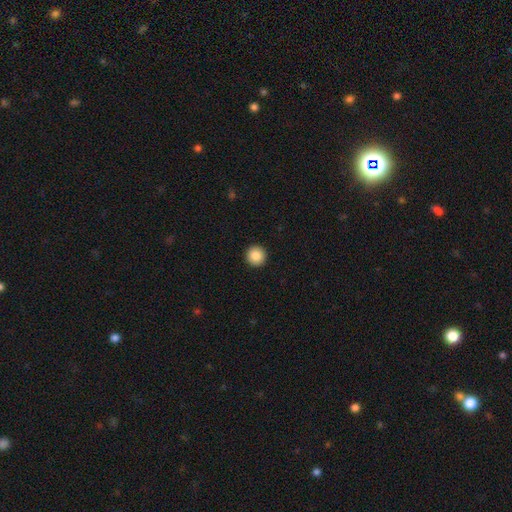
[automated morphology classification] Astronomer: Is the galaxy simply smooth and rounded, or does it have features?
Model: smooth — 87%.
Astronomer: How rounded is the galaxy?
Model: round — 96%.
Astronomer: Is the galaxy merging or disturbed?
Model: none — 94%.